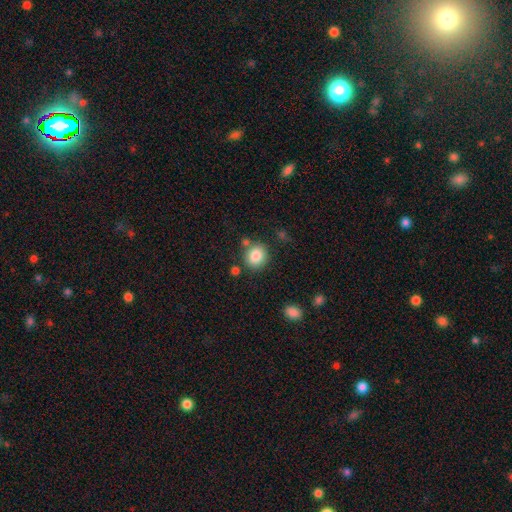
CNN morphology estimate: Smooth or featured?
  - smooth: 85% *
  - star or artifact: 9%
  - featured or disk: 6%
How rounded?
  - round: 78% *
  - in between: 21%
  - cigar-shaped: 1%
Merging?
  - none: 79% *
  - minor disturbance: 10%
  - merger: 8%
  - major disturbance: 3%